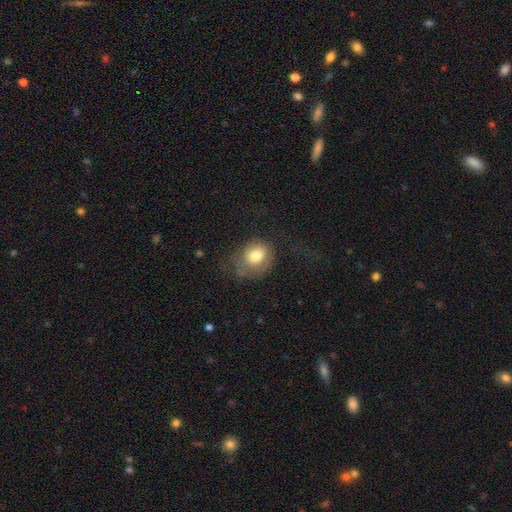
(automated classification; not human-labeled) Morphology: type=smooth (76%); roundness=round (59%); merging=none (49%).